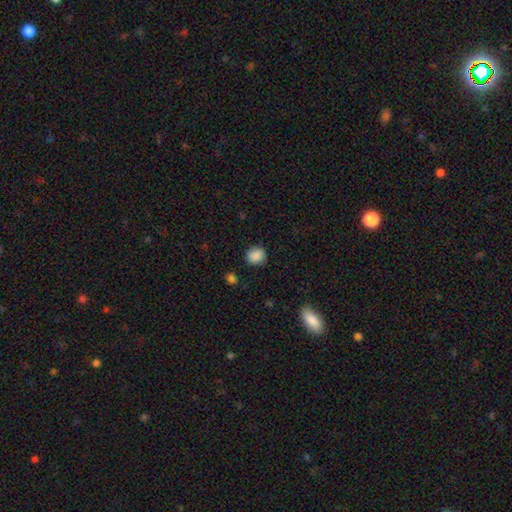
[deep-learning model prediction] Morphology: type=smooth (88%); roundness=round (78%); merging=none (84%).